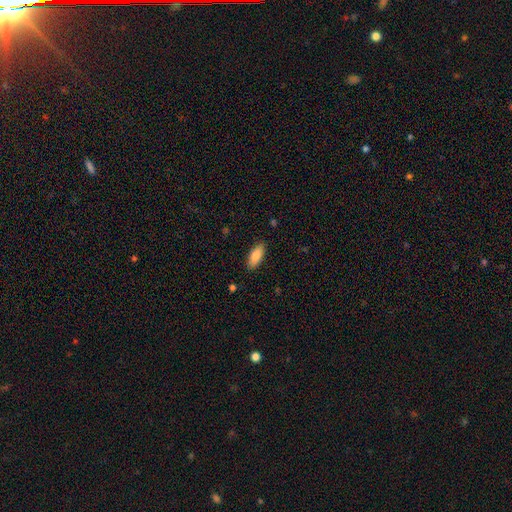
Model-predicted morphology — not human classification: smooth 86%, featured or disk 8%, star or artifact 6%. Down the decision tree: how rounded — in between (80%); merging — none (88%).